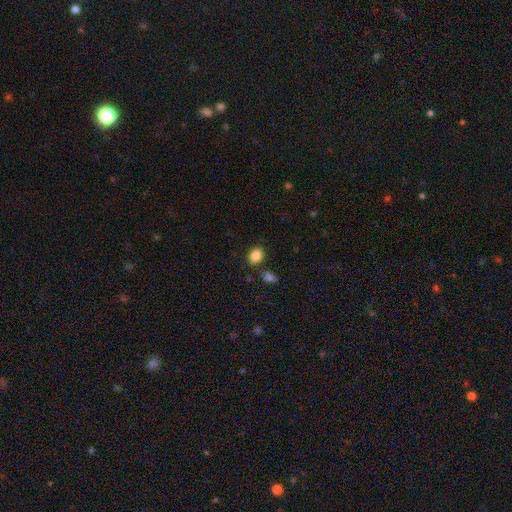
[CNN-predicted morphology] This appears to be a smooth galaxy with no disk features (86%) that is in between round and cigar-shaped (62%). Merging: none (82%).